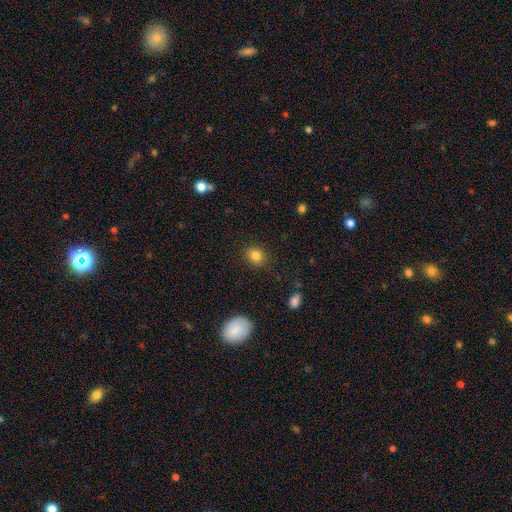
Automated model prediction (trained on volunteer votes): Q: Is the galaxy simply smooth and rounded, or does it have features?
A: smooth — 83%.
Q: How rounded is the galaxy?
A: round — 70%.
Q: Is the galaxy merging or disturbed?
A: none — 87%.